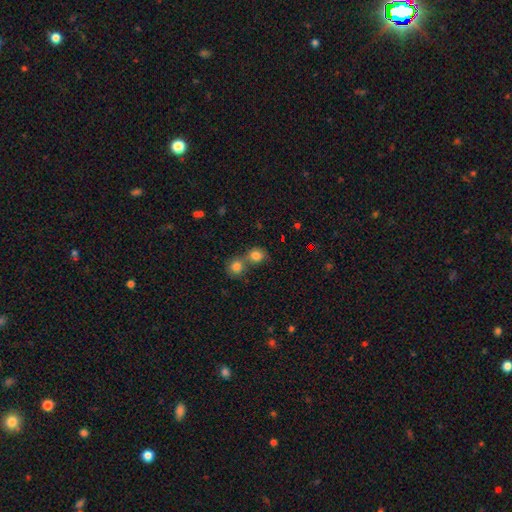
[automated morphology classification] Q: Smooth or featured?
A: smooth (81%); runner-up: star or artifact (11%)
Q: How rounded?
A: round (77%); runner-up: in between (22%)
Q: Merging?
A: merger (46%); runner-up: none (43%)